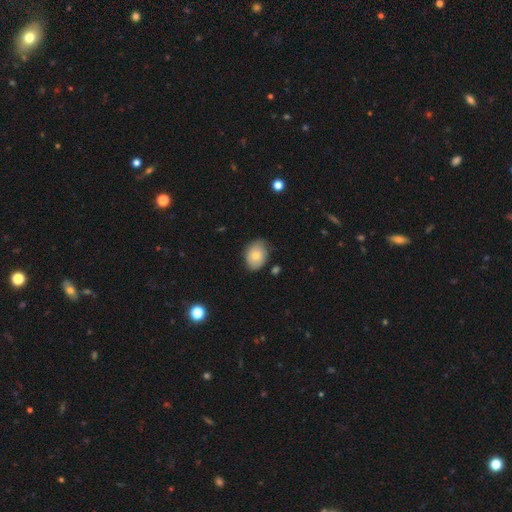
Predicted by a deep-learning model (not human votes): A smooth galaxy with no disk features (76%) that is in between round and cigar-shaped (67%).

Vote fractions:
- Smooth or featured? smooth: 76% / featured or disk: 16% / star or artifact: 8%
- How rounded? in between: 67% / round: 32% / cigar-shaped: 1%
- Merging? none: 70% / minor disturbance: 24% / major disturbance: 4% / merger: 2%